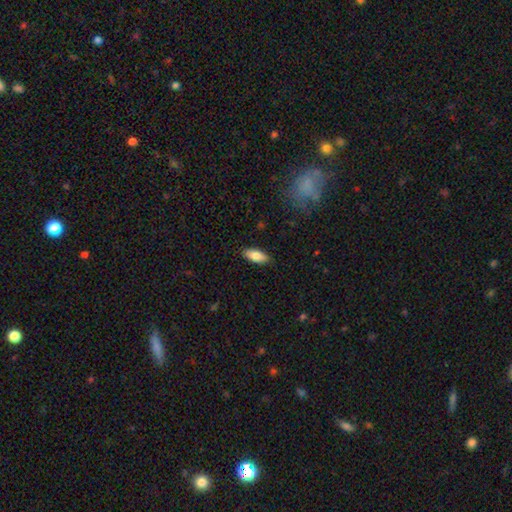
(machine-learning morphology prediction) Smooth or featured? Predicted: smooth (p=0.83). How rounded? Predicted: in between (p=0.83). Merging? Predicted: none (p=0.87).